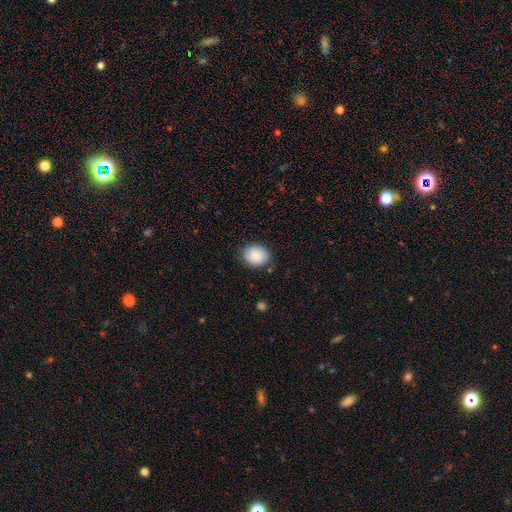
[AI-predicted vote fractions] Smooth or featured: smooth — 87% (featured or disk — 7%)
How rounded: round — 50% (in between — 49%)
Merging: none — 83% (minor disturbance — 12%)